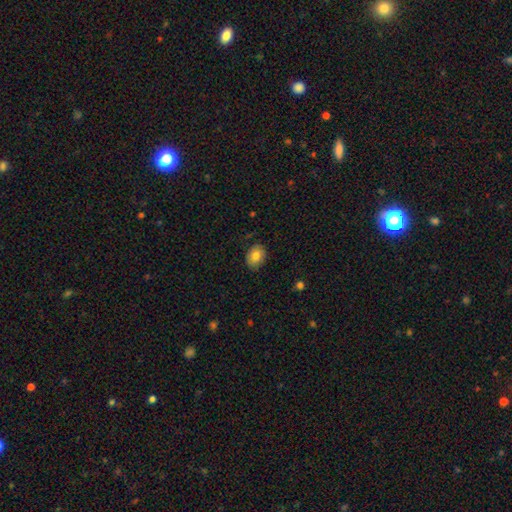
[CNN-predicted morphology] Q: Smooth or featured?
A: smooth (79%); runner-up: featured or disk (13%)
Q: How rounded?
A: in between (60%); runner-up: round (39%)
Q: Merging?
A: none (82%); runner-up: minor disturbance (14%)